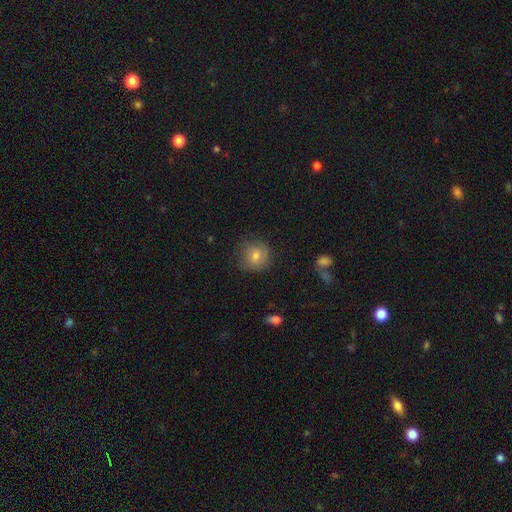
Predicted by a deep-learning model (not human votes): Smooth or featured?
  - smooth: 68% *
  - featured or disk: 20%
  - star or artifact: 12%
How rounded?
  - round: 87% *
  - in between: 12%
  - cigar-shaped: 1%
Merging?
  - none: 74% *
  - minor disturbance: 18%
  - major disturbance: 6%
  - merger: 1%